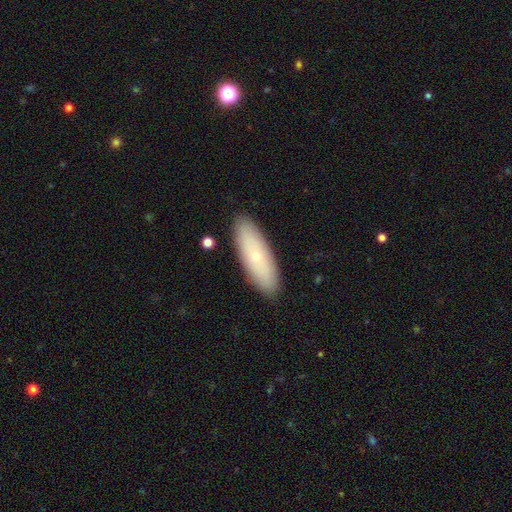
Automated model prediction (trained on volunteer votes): Smooth or featured?
  - smooth: 65% *
  - featured or disk: 28%
  - star or artifact: 7%
How rounded?
  - in between: 61% *
  - cigar-shaped: 36%
  - round: 3%
Merging?
  - none: 89% *
  - minor disturbance: 8%
  - major disturbance: 2%
  - merger: 1%